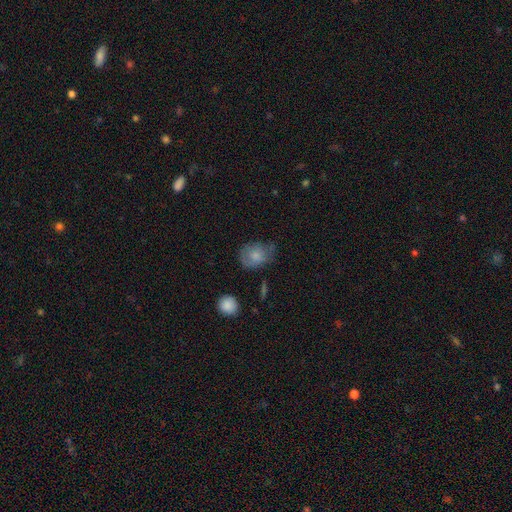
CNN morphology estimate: The model was most divided on "how rounded": in between: 53%, round: 45%, cigar-shaped: 1%. Remaining: smooth or featured — smooth (73%); merging — none (49%).